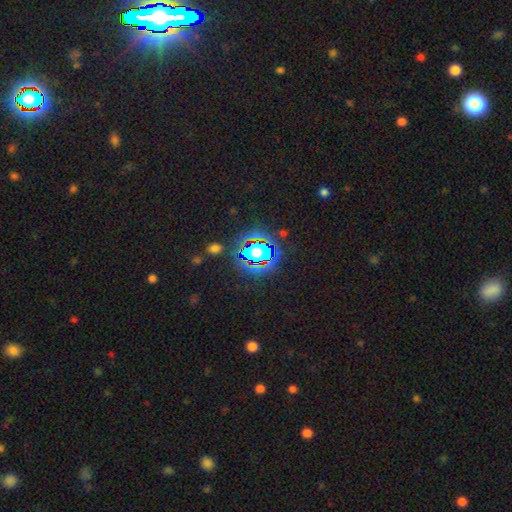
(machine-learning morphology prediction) A star or artifact, not a galaxy (82%).